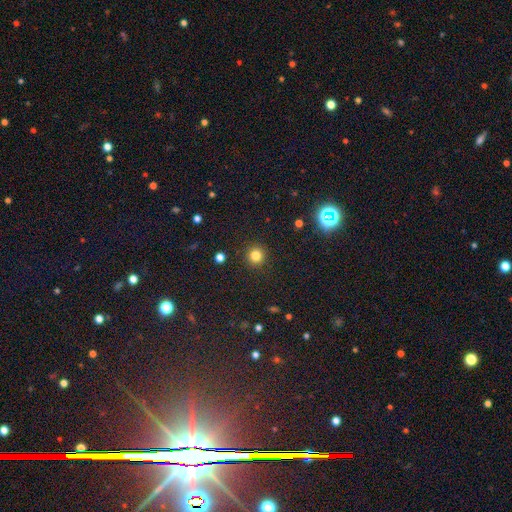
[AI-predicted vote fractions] smooth 81%, star or artifact 14%, featured or disk 5%. Down the decision tree: how rounded — round (95%); merging — none (92%).